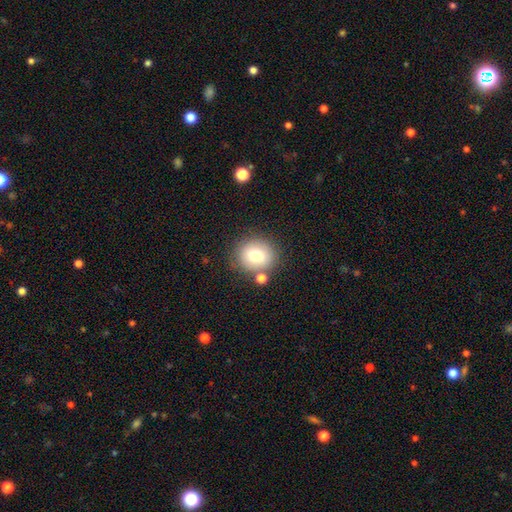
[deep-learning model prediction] A smooth galaxy with no disk features (75%) that is round (78%). Merging: none (74%).